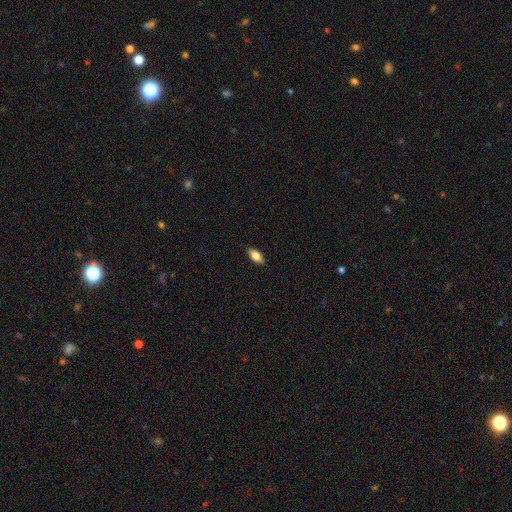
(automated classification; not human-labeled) This appears to be a smooth galaxy with no disk features (78%) that is in between round and cigar-shaped (86%). Merging: none (88%).